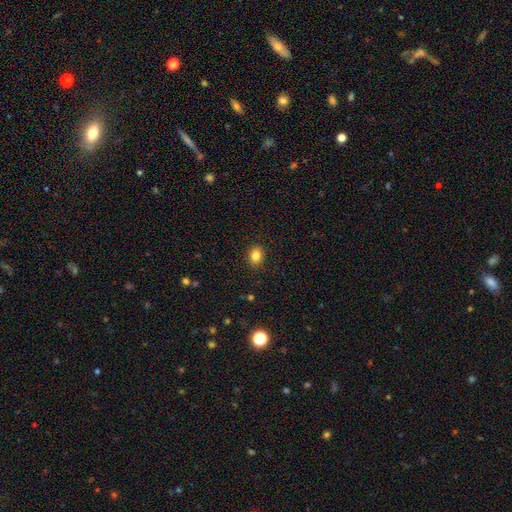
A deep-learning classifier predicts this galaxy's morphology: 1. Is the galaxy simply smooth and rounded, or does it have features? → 83% smooth, 10% star or artifact, 6% featured or disk.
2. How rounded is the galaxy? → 56% in between, 43% round, 1% cigar-shaped.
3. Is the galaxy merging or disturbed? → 89% none, 8% minor disturbance, 2% major disturbance, 1% merger.